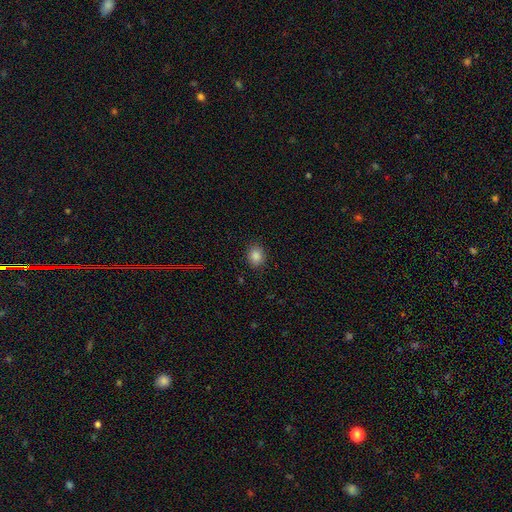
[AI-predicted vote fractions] Smooth or featured: smooth — 84% (star or artifact — 11%)
How rounded: round — 60% (in between — 39%)
Merging: none — 88% (minor disturbance — 9%)